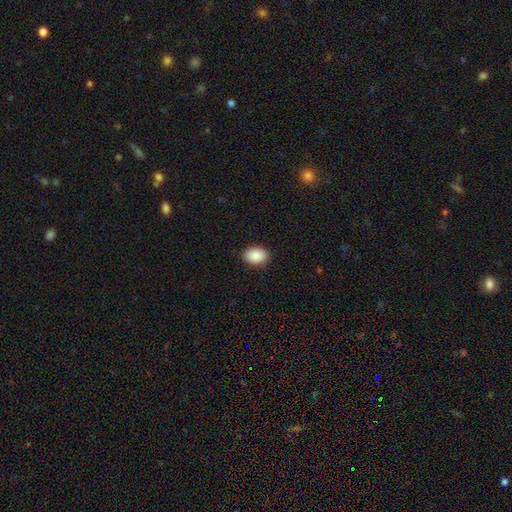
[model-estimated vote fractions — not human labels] A smooth galaxy with no disk features (90%) that is in between round and cigar-shaped (77%). Merging: none (89%).